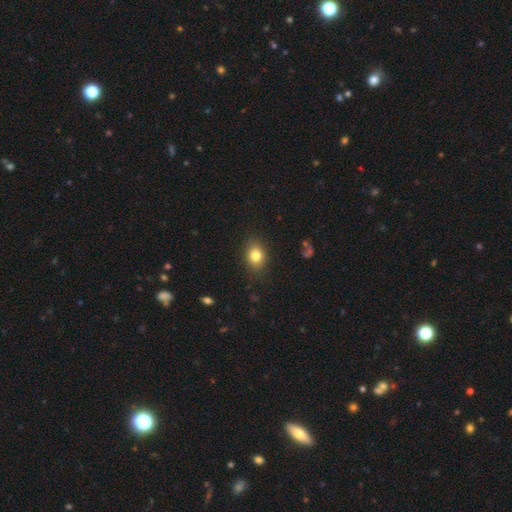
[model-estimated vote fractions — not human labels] Overall: smooth (81%). How rounded: in between (65%; round 34%). Merging: none (86%).